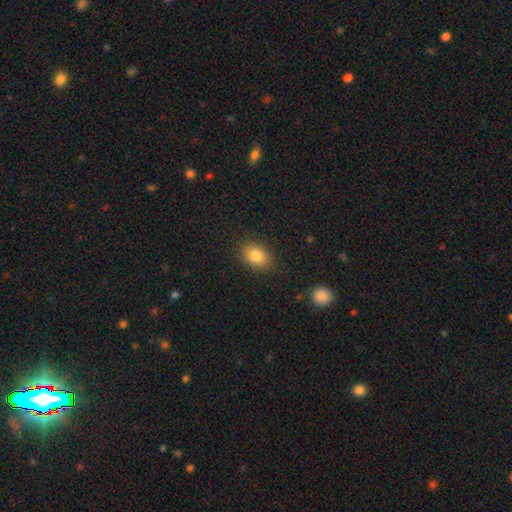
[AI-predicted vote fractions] This appears to be a smooth galaxy with no disk features (84%) that is in between round and cigar-shaped (75%). Merging: none (86%).